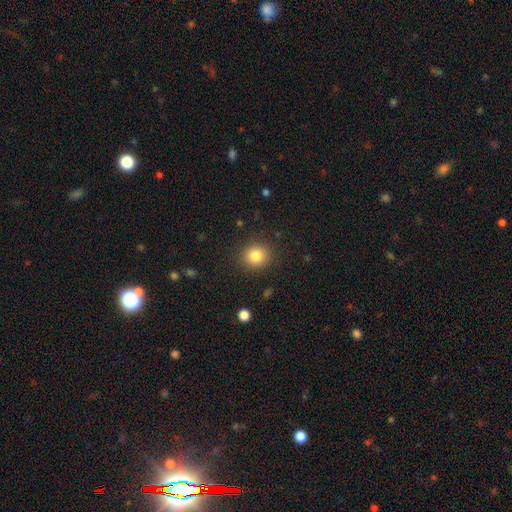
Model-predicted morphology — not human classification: Smooth or featured? Predicted: smooth (p=0.83). How rounded? Predicted: round (p=0.85). Merging? Predicted: none (p=0.89).